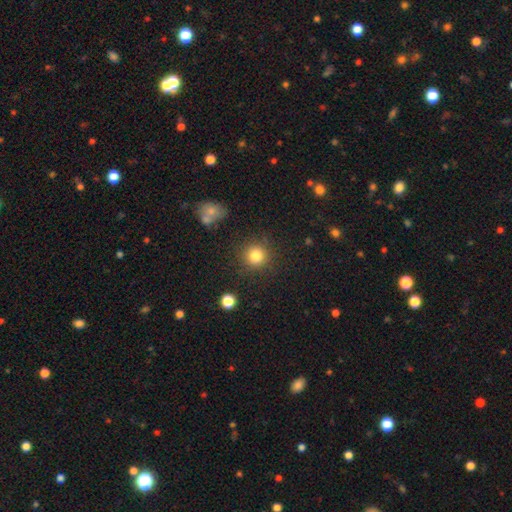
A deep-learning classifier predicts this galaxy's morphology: smooth 83%, star or artifact 12%, featured or disk 6%. Down the decision tree: how rounded — round (94%); merging — none (87%).